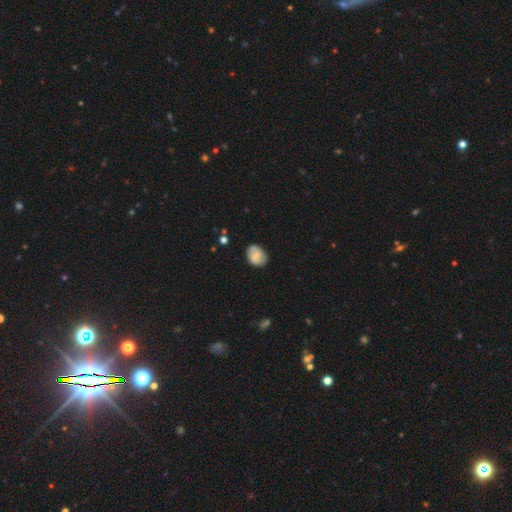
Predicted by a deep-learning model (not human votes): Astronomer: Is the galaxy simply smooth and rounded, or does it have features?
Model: smooth — 60%.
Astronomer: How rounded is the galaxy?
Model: in between — 64%.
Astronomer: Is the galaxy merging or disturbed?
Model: none — 76%.